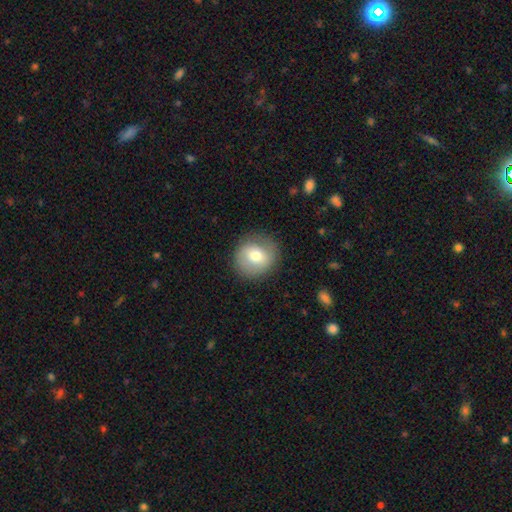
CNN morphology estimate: Smooth or featured? smooth (69%)
How rounded? round (85%)
Merging? none (83%)